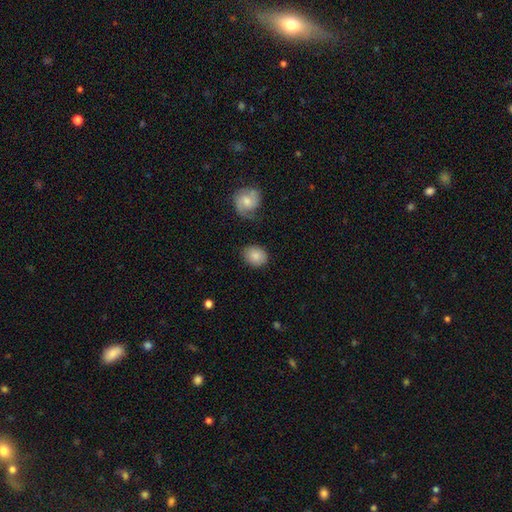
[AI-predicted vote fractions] smooth_or_featured: smooth (p=0.83) [alt: featured or disk p=0.10]
how_rounded: round (p=0.50) [alt: in between p=0.49]
merging: none (p=0.79) [alt: minor disturbance p=0.14]